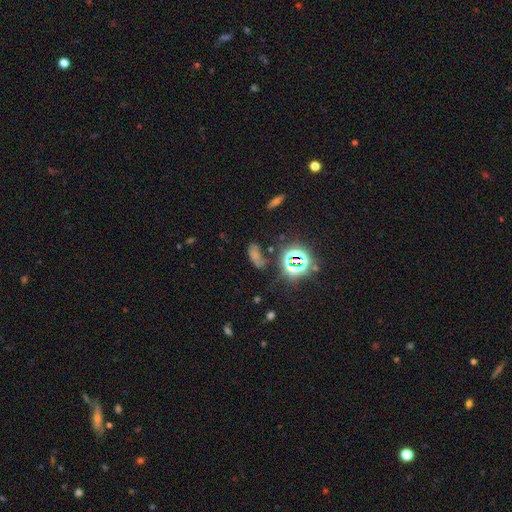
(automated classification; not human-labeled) Q: Smooth or featured?
A: smooth (48%); runner-up: star or artifact (37%)
Q: Merging?
A: none (53%); runner-up: minor disturbance (24%)